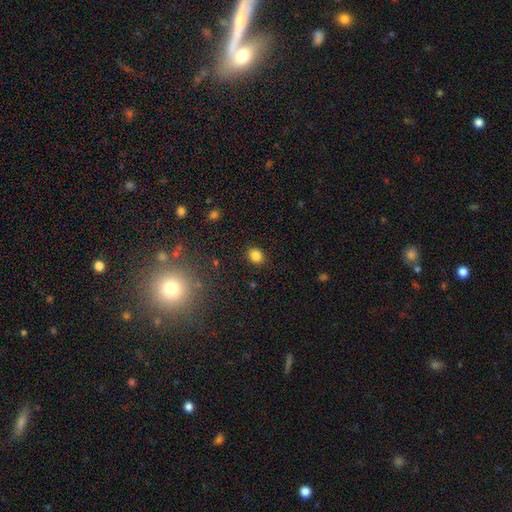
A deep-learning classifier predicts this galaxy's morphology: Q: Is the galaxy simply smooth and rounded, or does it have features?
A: smooth — 84%.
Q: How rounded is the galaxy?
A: round — 57%.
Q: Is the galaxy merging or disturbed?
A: none — 88%.